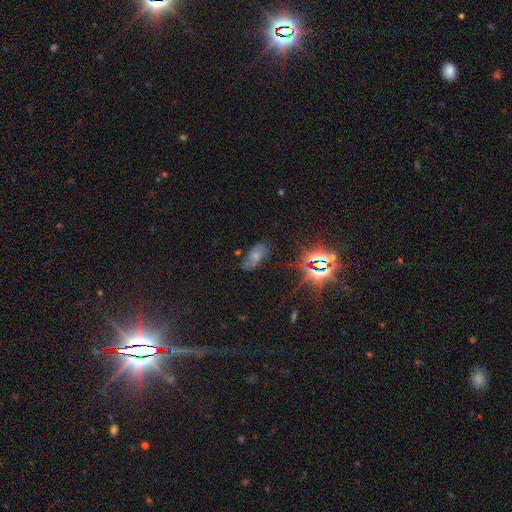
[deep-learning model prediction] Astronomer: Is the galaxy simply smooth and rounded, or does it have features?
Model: smooth — 39% (runner-up: featured or disk, 34%).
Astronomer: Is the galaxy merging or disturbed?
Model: none — 58%.